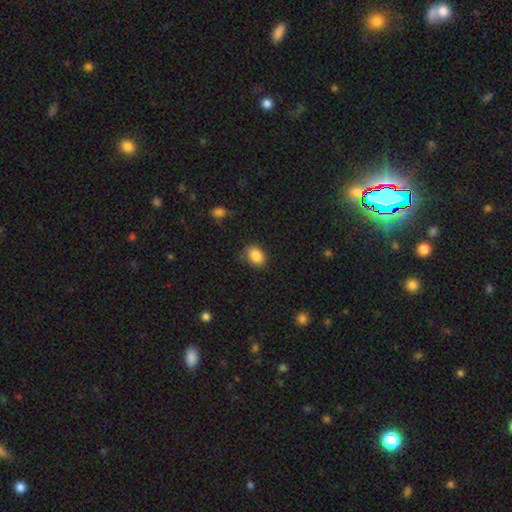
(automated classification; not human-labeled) smooth 87%, star or artifact 9%, featured or disk 5%. Down the decision tree: how rounded — in between (74%); merging — none (75%).